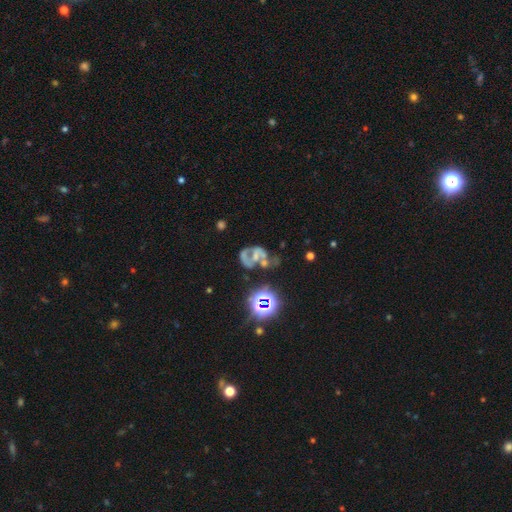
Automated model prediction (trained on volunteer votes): Smooth or featured?
  - featured or disk: 57% *
  - smooth: 23%
  - star or artifact: 20%
Edge-on disk?
  - no: 97% *
  - yes: 3%
Bar?
  - no: 67% *
  - weak: 21%
  - strong: 12%
Spiral arms?
  - no: 60% *
  - yes: 40%
Bulge size?
  - none: 41% *
  - moderate: 26%
  - small: 23%
  - large: 7%
  - dominant: 3%
Merging?
  - major disturbance: 29% * (tied)
  - merger: 29% * (tied)
  - none: 26%
  - minor disturbance: 16%